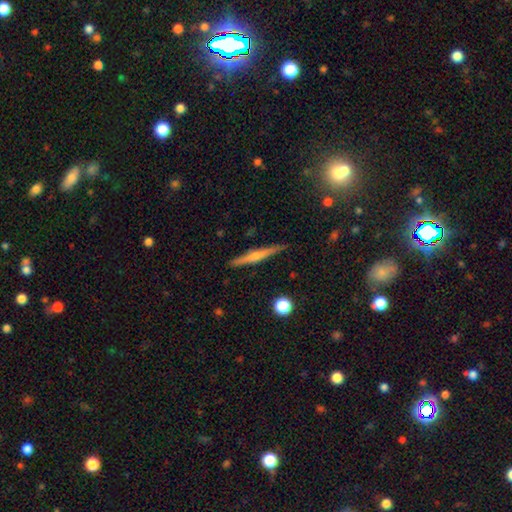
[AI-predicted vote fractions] Smooth or featured? Predicted: featured or disk (p=0.68). Edge-on disk? Predicted: yes (p=0.97). Edge-on bulge? Predicted: rounded (p=0.80). Merging? Predicted: none (p=0.88).